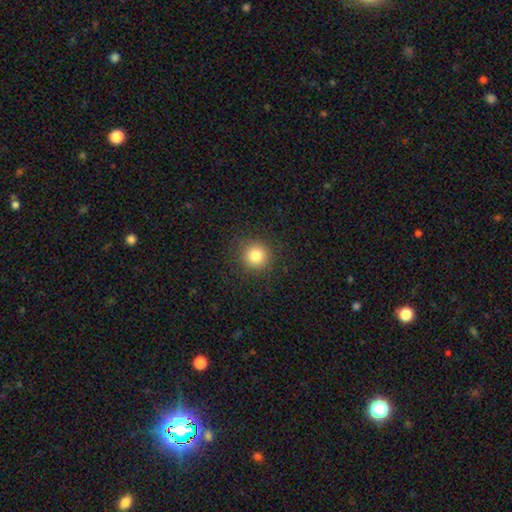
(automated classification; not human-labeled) A smooth galaxy with no disk features (82%) that is round (94%). Merging: none (89%).